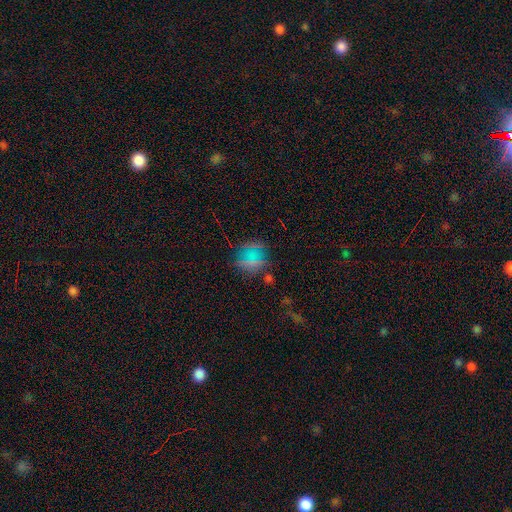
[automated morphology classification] Smooth or featured: smooth — 45% (star or artifact — 40%)
Merging: none — 66% (minor disturbance — 17%)